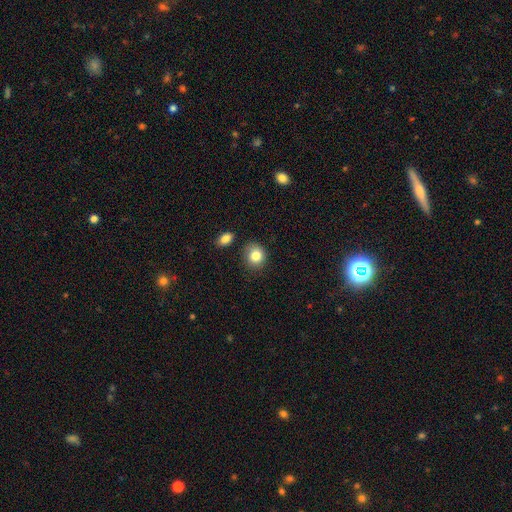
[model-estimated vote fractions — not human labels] Overall: smooth (84%). How rounded: round (72%). Merging: none (78%).